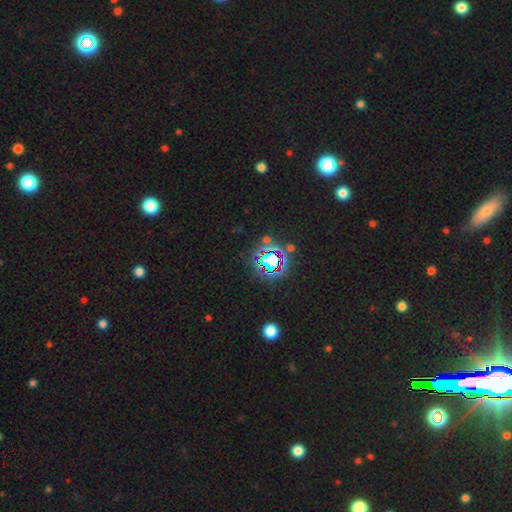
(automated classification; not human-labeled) Smooth or featured?
  - star or artifact: 76% *
  - smooth: 15%
  - featured or disk: 10%